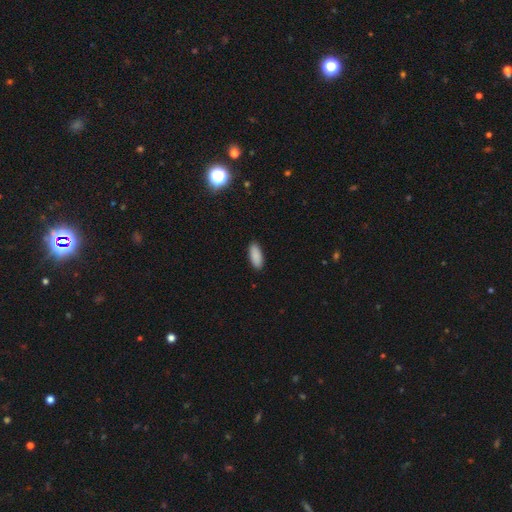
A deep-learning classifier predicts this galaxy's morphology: smooth 89%, star or artifact 7%, featured or disk 4%. Down the decision tree: how rounded — in between (82%); merging — none (89%).